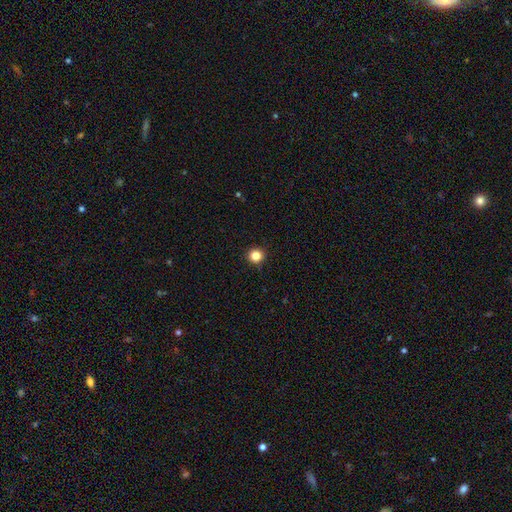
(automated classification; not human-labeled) Smooth or featured?
  - smooth: 85% *
  - star or artifact: 12%
  - featured or disk: 4%
How rounded?
  - round: 94% *
  - in between: 5%
  - cigar-shaped: 1%
Merging?
  - none: 93% *
  - minor disturbance: 5%
  - major disturbance: 2%
  - merger: 1%